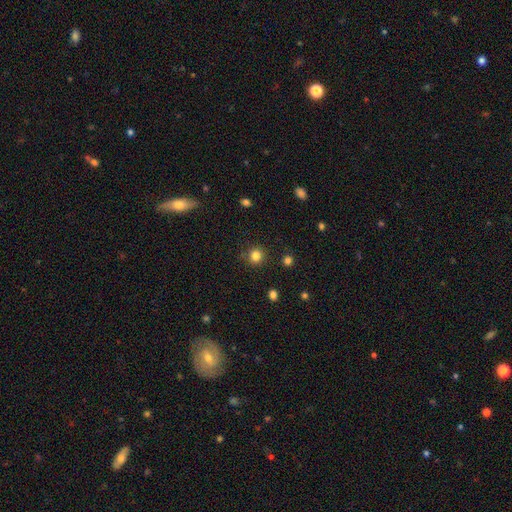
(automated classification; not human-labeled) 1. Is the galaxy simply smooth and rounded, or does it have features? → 82% smooth, 13% star or artifact, 5% featured or disk.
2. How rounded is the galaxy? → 92% round, 7% in between, 1% cigar-shaped.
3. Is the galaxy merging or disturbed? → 87% none, 8% minor disturbance, 3% major disturbance, 2% merger.